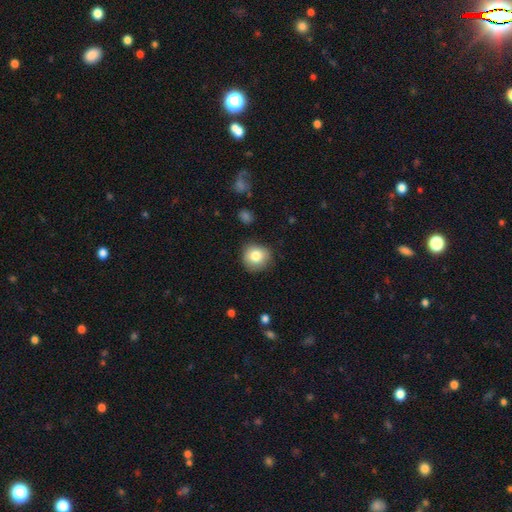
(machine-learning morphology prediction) Smooth or featured?
  - smooth: 82% *
  - featured or disk: 9%
  - star or artifact: 9%
How rounded?
  - round: 87% *
  - in between: 12%
  - cigar-shaped: 1%
Merging?
  - none: 81% *
  - minor disturbance: 14%
  - major disturbance: 3%
  - merger: 1%